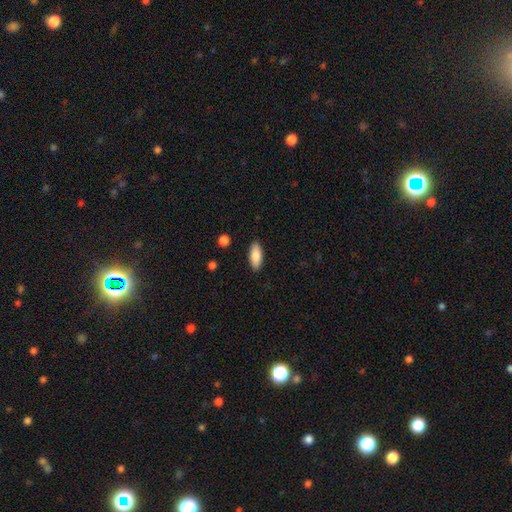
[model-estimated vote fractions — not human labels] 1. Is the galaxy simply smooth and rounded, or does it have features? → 85% smooth, 9% featured or disk, 6% star or artifact.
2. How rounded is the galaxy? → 77% in between, 21% cigar-shaped, 2% round.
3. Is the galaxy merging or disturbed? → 88% none, 8% minor disturbance, 2% major disturbance, 1% merger.